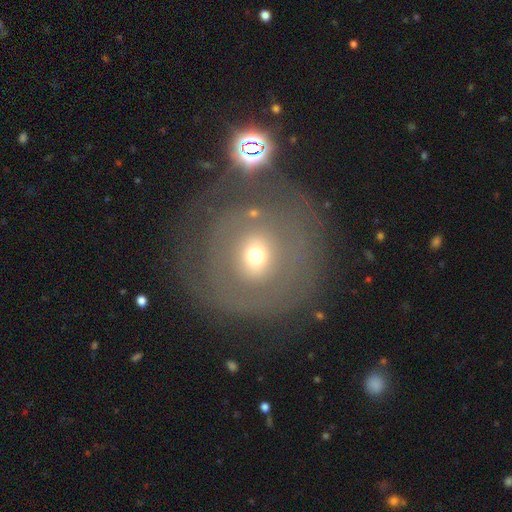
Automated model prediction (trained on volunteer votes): A featured or disk galaxy (52%).

Vote fractions:
- Smooth or featured? featured or disk: 52% / smooth: 37% / star or artifact: 11%
- Edge-on disk? no: 95% / yes: 5%
- Merging? none: 59% / major disturbance: 19% / minor disturbance: 15% / merger: 7%